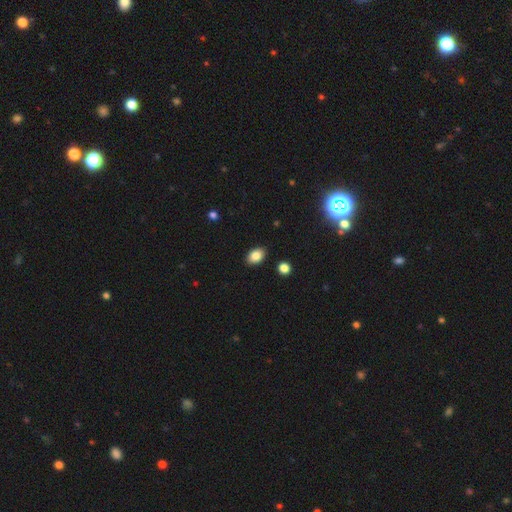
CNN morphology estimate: The model was most divided on "how rounded": in between: 82%, round: 17%, cigar-shaped: 1%. More confident: merging — none (88%); smooth or featured — smooth (85%).